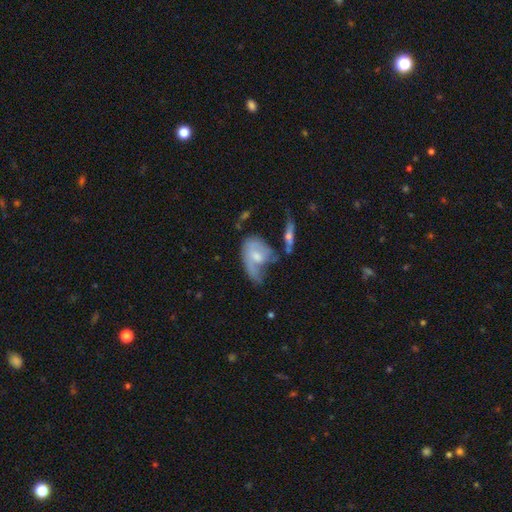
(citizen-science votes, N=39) Smooth or featured? 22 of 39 (56%) said featured or disk. Edge-on disk? 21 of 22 (95%) said no. Bar? 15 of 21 (71%) said no. Spiral arms? 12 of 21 (57%) said no. Bulge size? 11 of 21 (52%) said moderate. Merging? 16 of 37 (43%) said major disturbance.